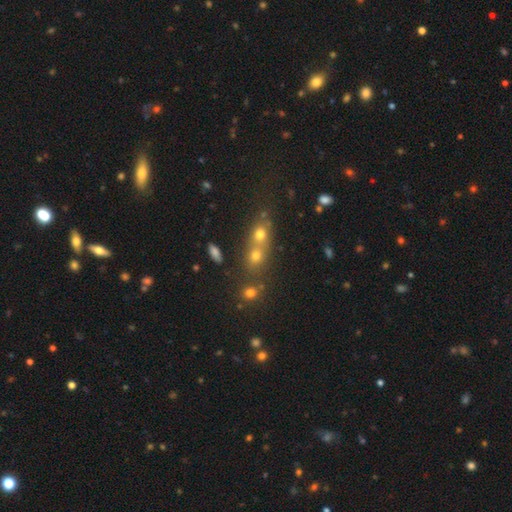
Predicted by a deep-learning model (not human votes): Overall: smooth (68%). How rounded: round (65%; in between 32%). Merging: merger (53%; none 36%).